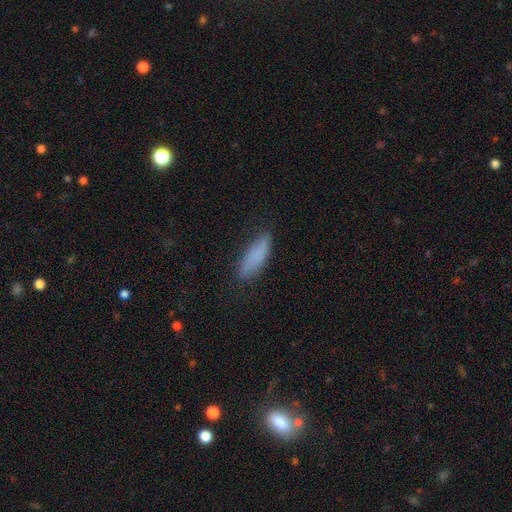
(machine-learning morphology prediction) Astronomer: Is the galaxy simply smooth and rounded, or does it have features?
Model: smooth — 82%.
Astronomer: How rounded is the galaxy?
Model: in between — 55% (runner-up: cigar-shaped, 43%).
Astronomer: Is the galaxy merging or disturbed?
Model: none — 73%.